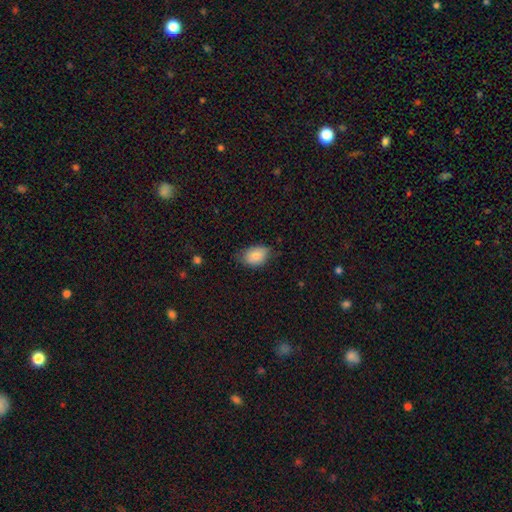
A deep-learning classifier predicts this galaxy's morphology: A smooth galaxy with no disk features (85%) that is in between round and cigar-shaped (84%).

Vote fractions:
- Smooth or featured? smooth: 85% / featured or disk: 8% / star or artifact: 7%
- How rounded? in between: 84% / round: 15% / cigar-shaped: 1%
- Merging? none: 62% / minor disturbance: 31% / major disturbance: 6% / merger: 1%